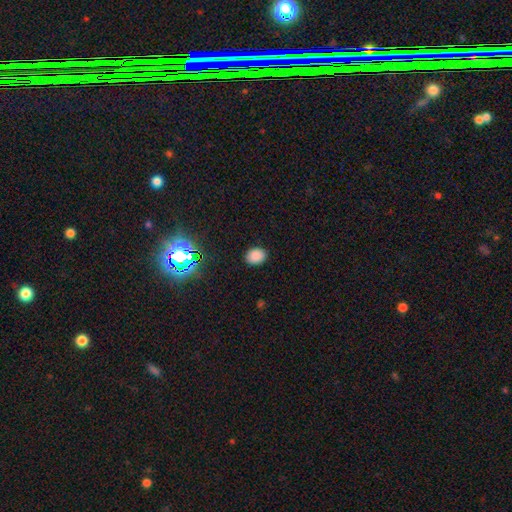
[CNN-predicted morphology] This appears to be a smooth galaxy with no disk features (82%) that is in between round and cigar-shaped (60%). Merging: none (88%).